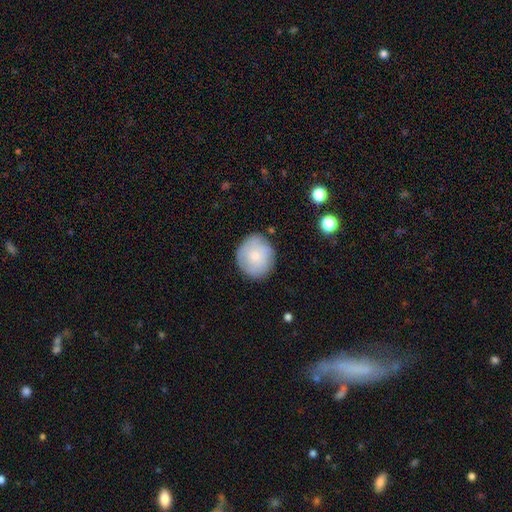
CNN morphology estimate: Smooth or featured: smooth — 71% (featured or disk — 22%)
How rounded: round — 85% (in between — 14%)
Merging: none — 80% (minor disturbance — 14%)